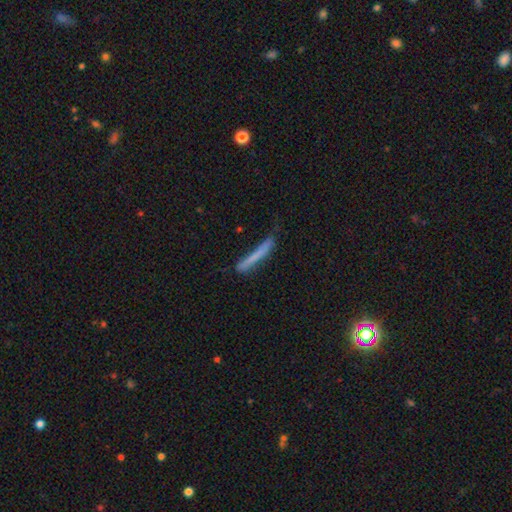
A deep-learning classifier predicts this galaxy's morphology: Smooth or featured? smooth (69%)
How rounded? cigar-shaped (96%)
Merging? none (71%)